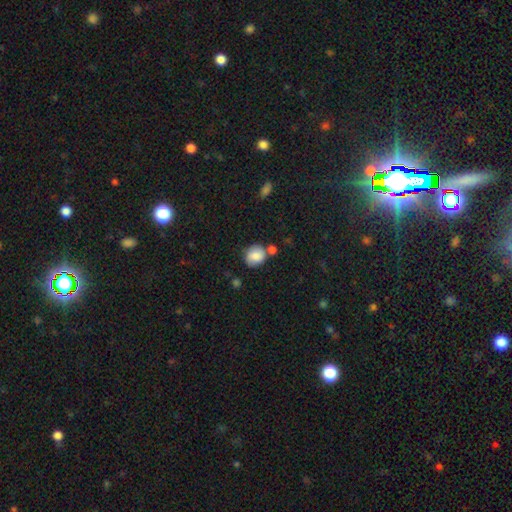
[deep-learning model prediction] Smooth or featured? Predicted: smooth (p=0.79). How rounded? Predicted: round (p=0.72). Merging? Predicted: none (p=0.65).